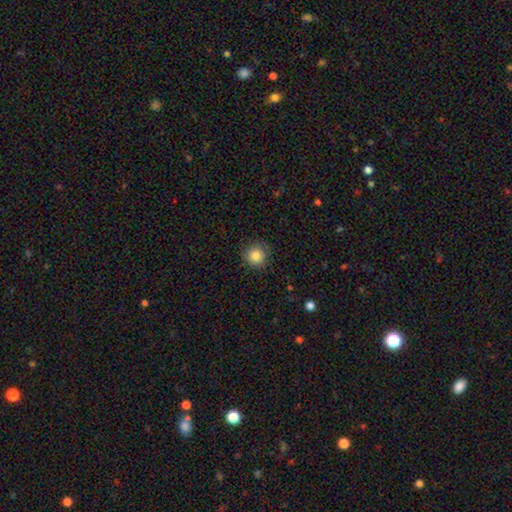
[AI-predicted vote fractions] Smooth or featured?
  - smooth: 84% *
  - star or artifact: 10%
  - featured or disk: 6%
How rounded?
  - round: 94% *
  - in between: 5%
  - cigar-shaped: 1%
Merging?
  - none: 85% *
  - minor disturbance: 11%
  - major disturbance: 3%
  - merger: 1%